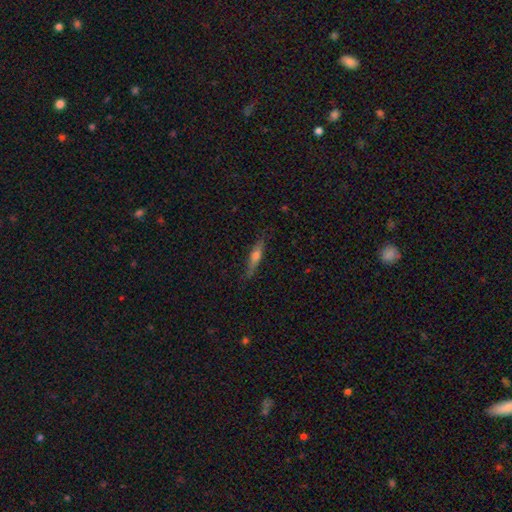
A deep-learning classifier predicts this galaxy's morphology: Smooth or featured? Predicted: featured or disk (p=0.48). Merging? Predicted: none (p=0.81).